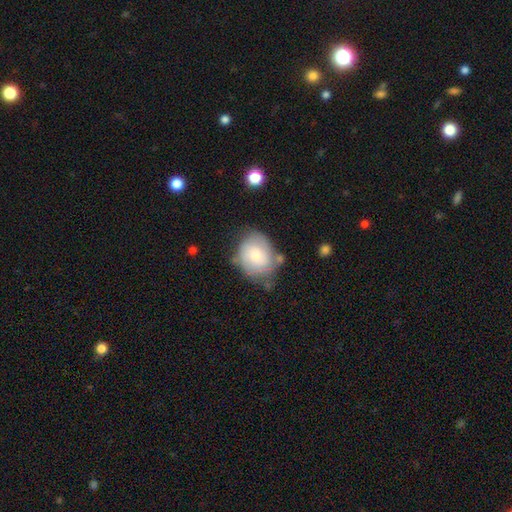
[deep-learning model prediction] Smooth or featured?
  - smooth: 55% *
  - featured or disk: 38%
  - star or artifact: 7%
How rounded?
  - round: 54% *
  - in between: 45%
  - cigar-shaped: 1%
Merging?
  - none: 51% *
  - minor disturbance: 29%
  - major disturbance: 12%
  - merger: 8%